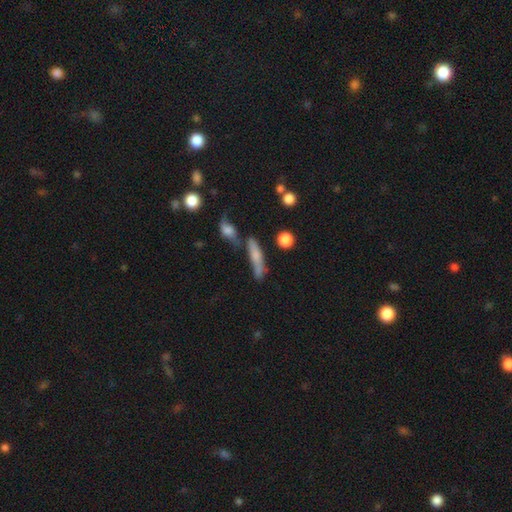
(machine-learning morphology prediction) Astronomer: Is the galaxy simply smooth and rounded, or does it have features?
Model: smooth — 58%.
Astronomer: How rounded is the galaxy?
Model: cigar-shaped — 73%.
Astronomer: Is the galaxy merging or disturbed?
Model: none — 51%.